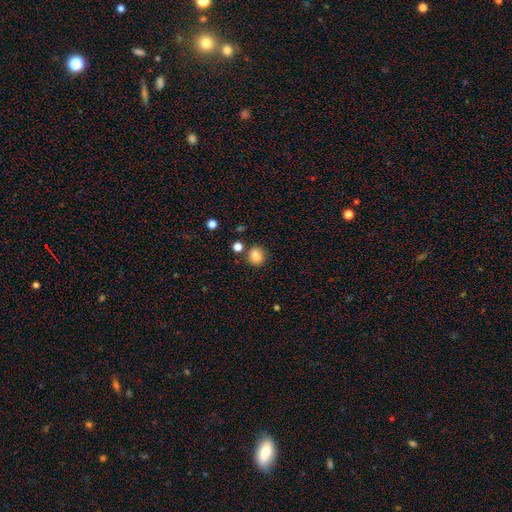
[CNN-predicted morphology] Q: Smooth or featured?
A: smooth (84%); runner-up: star or artifact (11%)
Q: How rounded?
A: round (76%); runner-up: in between (23%)
Q: Merging?
A: none (76%); runner-up: minor disturbance (13%)